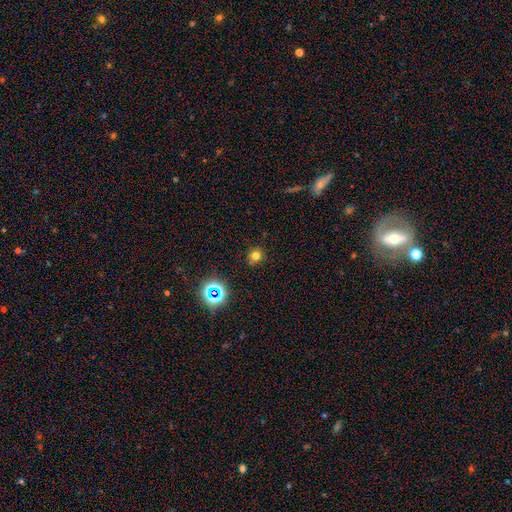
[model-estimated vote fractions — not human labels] smooth-or-featured: smooth: 72% | star or artifact: 21% | featured or disk: 7%
  how-rounded: round: 86% | in between: 13% | cigar-shaped: 1%
  merging: none: 86% | minor disturbance: 9% | major disturbance: 3% | merger: 2%